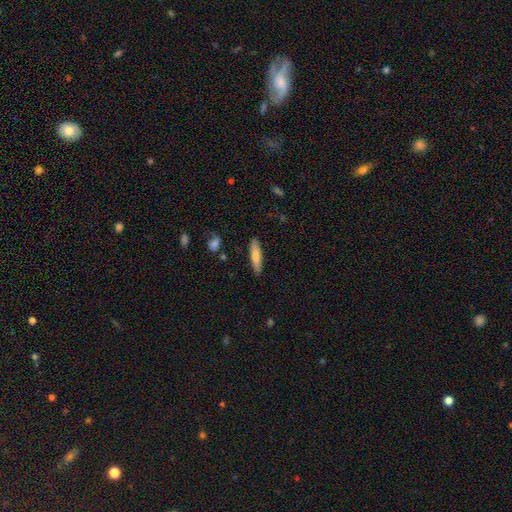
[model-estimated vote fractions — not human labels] A smooth galaxy with no disk features (73%) that is cigar-shaped (79%).

Vote fractions:
- Smooth or featured? smooth: 73% / featured or disk: 21% / star or artifact: 6%
- How rounded? cigar-shaped: 79% / in between: 19% / round: 2%
- Merging? none: 87% / minor disturbance: 10% / major disturbance: 2% / merger: 2%